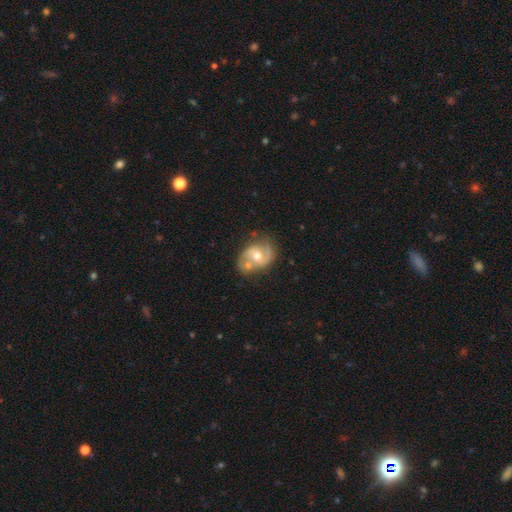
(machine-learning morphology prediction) Smooth or featured? Predicted: featured or disk (p=0.75). Edge-on disk? Predicted: no (p=0.97). Bar? Predicted: no (p=0.56). Spiral arms? Predicted: yes (p=0.83). Spiral winding? Predicted: medium (p=0.47). Spiral arm count? Predicted: 2 (p=0.82). Bulge size? Predicted: moderate (p=0.72). Merging? Predicted: none (p=0.60).